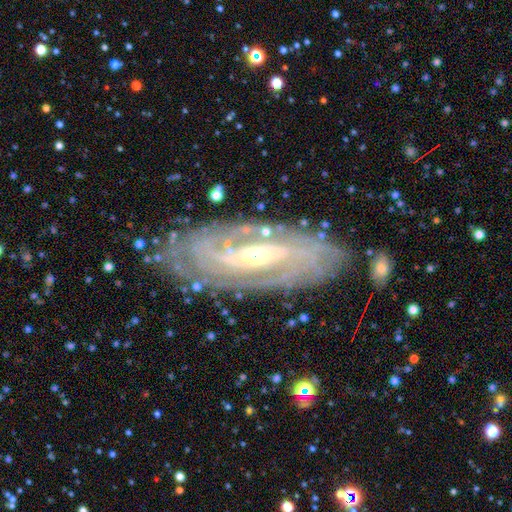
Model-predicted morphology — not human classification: Smooth or featured? featured or disk (86%)
Edge-on disk? no (86%)
Bar? weak (40%)
Spiral arms? yes (94%)
Spiral winding? tight (73%)
Spiral arm count? can't tell (44%)
Bulge size? small (49%)
Merging? none (82%)